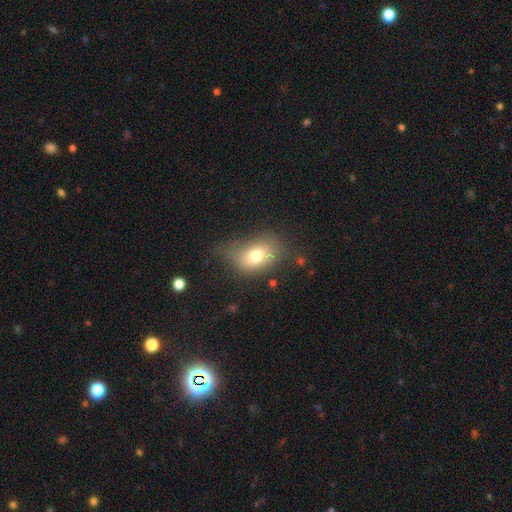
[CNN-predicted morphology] This is likely a smooth galaxy (73%). How rounded: likely in between (75%). Merging: possibly none (50%).